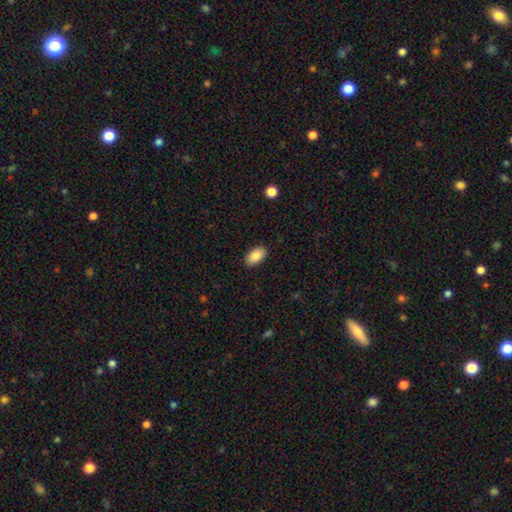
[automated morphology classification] smooth-or-featured: smooth: 88% | star or artifact: 7% | featured or disk: 5%
  how-rounded: in between: 94% | round: 5% | cigar-shaped: 2%
  merging: none: 88% | minor disturbance: 9% | major disturbance: 2% | merger: 1%